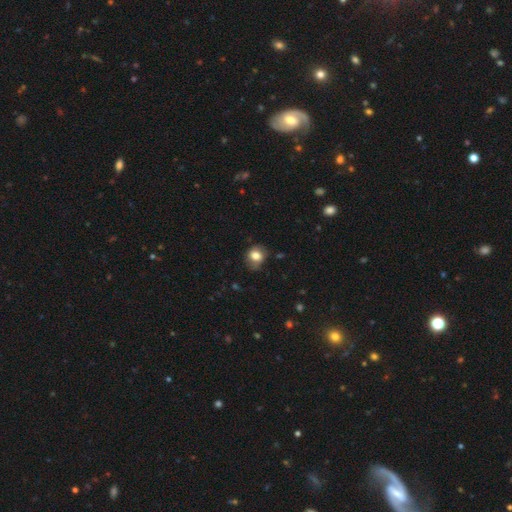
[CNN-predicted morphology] Smooth or featured?
  - smooth: 78% *
  - featured or disk: 13%
  - star or artifact: 9%
How rounded?
  - round: 64% *
  - in between: 35%
  - cigar-shaped: 1%
Merging?
  - none: 69% *
  - minor disturbance: 23%
  - major disturbance: 7%
  - merger: 2%